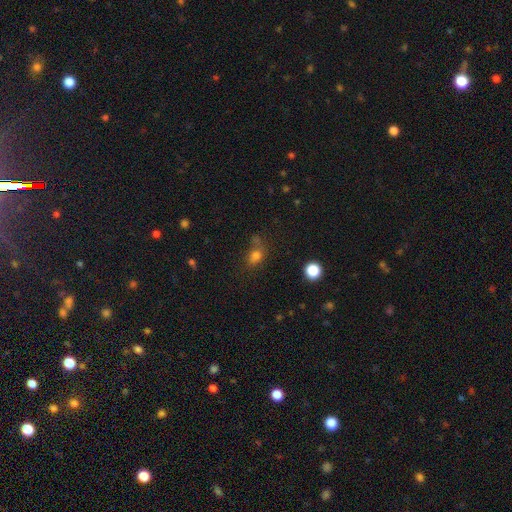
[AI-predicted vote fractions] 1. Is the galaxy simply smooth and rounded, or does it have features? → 75% smooth, 17% star or artifact, 8% featured or disk.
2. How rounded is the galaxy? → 51% in between, 47% round, 2% cigar-shaped.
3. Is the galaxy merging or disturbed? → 52% none, 20% minor disturbance, 18% merger, 10% major disturbance.